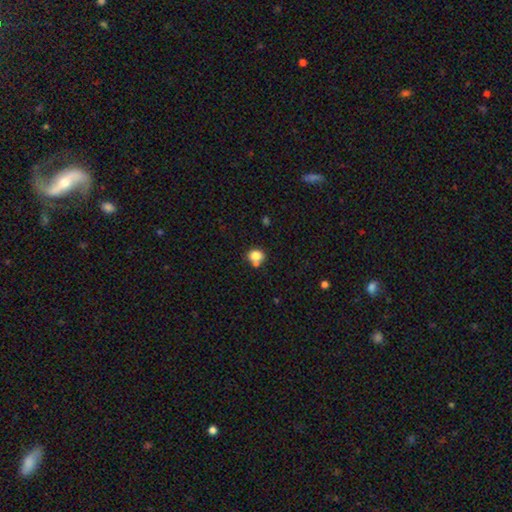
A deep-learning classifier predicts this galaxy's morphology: smooth_or_featured: smooth (p=0.81) [alt: star or artifact p=0.10]
how_rounded: round (p=0.56) [alt: in between p=0.43]
merging: none (p=0.57) [alt: merger p=0.27]